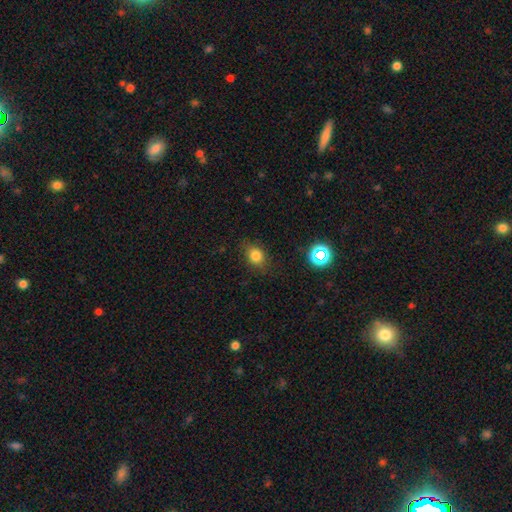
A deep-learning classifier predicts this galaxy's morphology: Smooth or featured?
  - smooth: 79% *
  - star or artifact: 14%
  - featured or disk: 7%
How rounded?
  - round: 50% *
  - in between: 48%
  - cigar-shaped: 1%
Merging?
  - none: 79% *
  - minor disturbance: 15%
  - major disturbance: 5%
  - merger: 1%